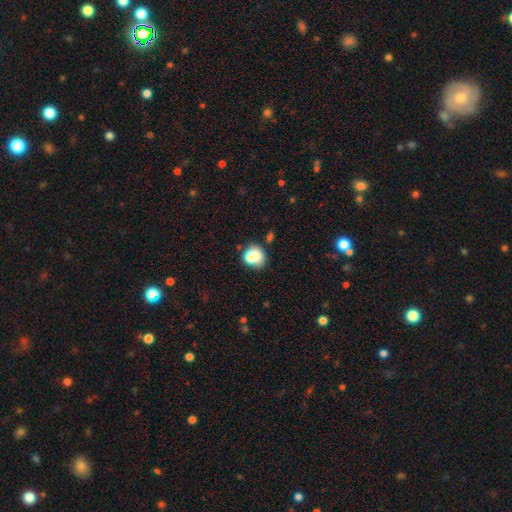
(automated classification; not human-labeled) Overall: smooth (73%). How rounded: round (69%; in between 30%). Merging: none (47%; minor disturbance 22%).